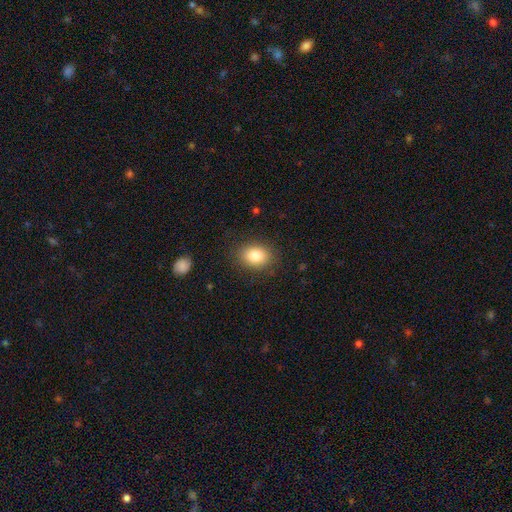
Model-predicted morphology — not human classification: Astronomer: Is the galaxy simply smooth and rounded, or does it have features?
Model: smooth — 84%.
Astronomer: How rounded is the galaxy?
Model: in between — 63%.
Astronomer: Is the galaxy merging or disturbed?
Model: none — 86%.